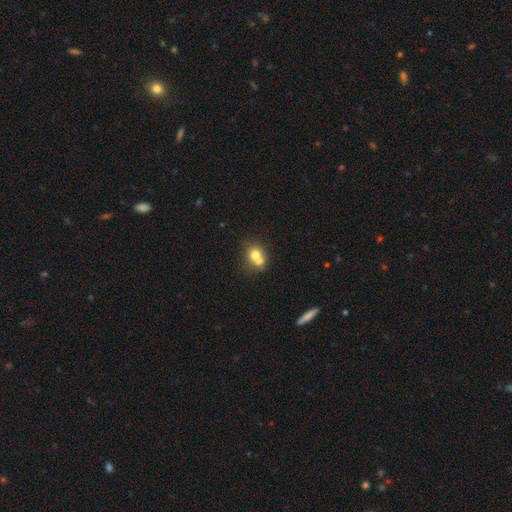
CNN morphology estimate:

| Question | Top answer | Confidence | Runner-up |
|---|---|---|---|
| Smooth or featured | smooth | 70% | featured or disk (19%) |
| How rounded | round | 71% | in between (28%) |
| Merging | merger | 53% | none (35%) |